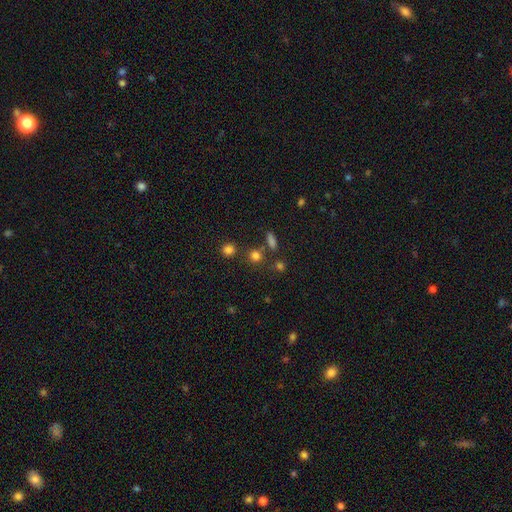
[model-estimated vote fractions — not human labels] A smooth galaxy with no disk features (76%) that is round (83%).

Vote fractions:
- Smooth or featured? smooth: 76% / star or artifact: 18% / featured or disk: 6%
- How rounded? round: 83% / in between: 16% / cigar-shaped: 2%
- Merging? none: 71% / merger: 15% / minor disturbance: 9% / major disturbance: 4%